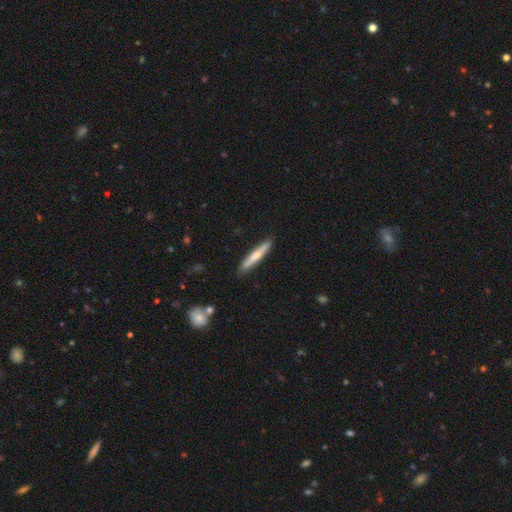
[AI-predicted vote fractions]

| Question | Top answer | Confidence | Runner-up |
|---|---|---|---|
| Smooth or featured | smooth | 57% | featured or disk (38%) |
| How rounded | cigar-shaped | 94% | in between (5%) |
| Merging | none | 87% | minor disturbance (9%) |